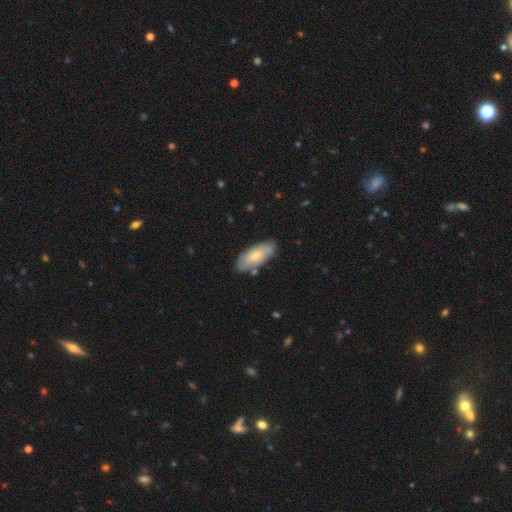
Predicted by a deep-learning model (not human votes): smooth-or-featured: smooth: 67% | featured or disk: 28% | star or artifact: 5%
  how-rounded: in between: 85% | cigar-shaped: 13% | round: 2%
  merging: none: 77% | minor disturbance: 16% | merger: 3% | major disturbance: 3%